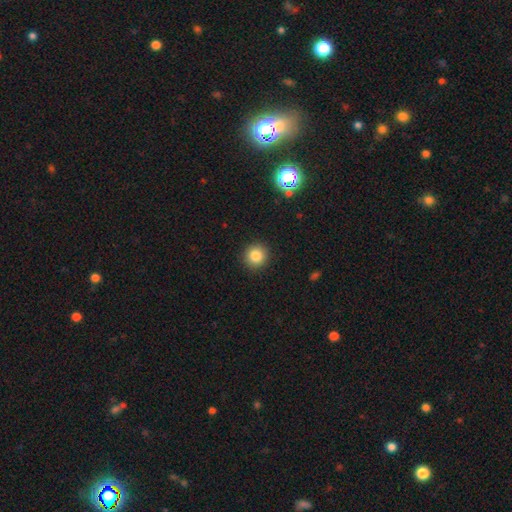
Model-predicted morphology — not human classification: Smooth or featured?
  - smooth: 83% *
  - star or artifact: 12%
  - featured or disk: 6%
How rounded?
  - round: 94% *
  - in between: 5%
  - cigar-shaped: 1%
Merging?
  - none: 92% *
  - minor disturbance: 5%
  - major disturbance: 2%
  - merger: 1%